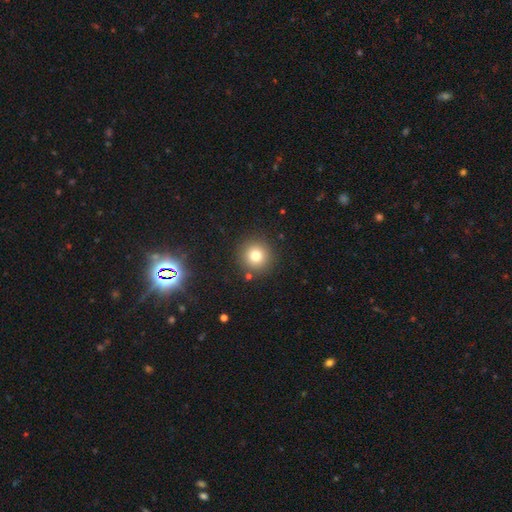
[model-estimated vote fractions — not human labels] This appears to be a smooth galaxy with no disk features (78%) that is round (94%). Merging: none (88%).